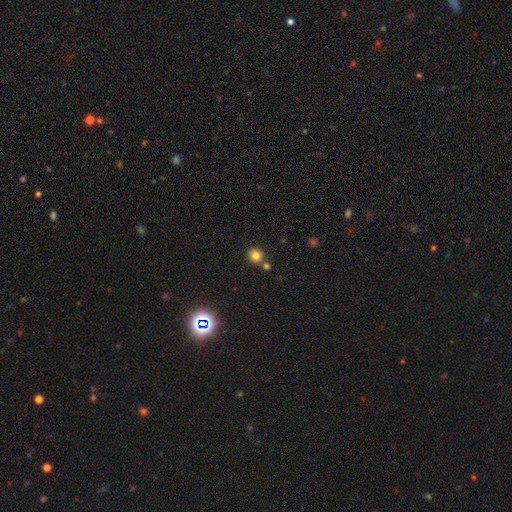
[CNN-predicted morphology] smooth 80%, star or artifact 14%, featured or disk 6%. Down the decision tree: how rounded — round (89%); merging — none (75%).